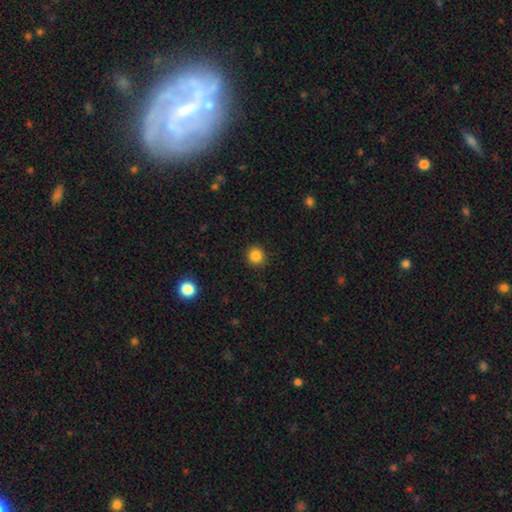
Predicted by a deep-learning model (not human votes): smooth-or-featured: smooth: 85% | star or artifact: 11% | featured or disk: 4%
  how-rounded: round: 92% | in between: 7% | cigar-shaped: 1%
  merging: none: 91% | minor disturbance: 6% | major disturbance: 2% | merger: 1%